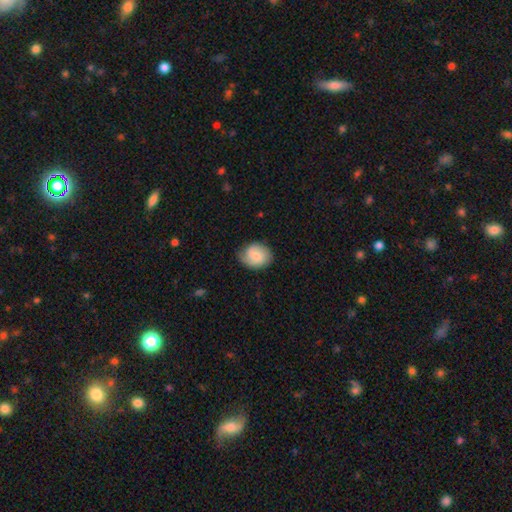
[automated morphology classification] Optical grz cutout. It shows a smooth galaxy with no disk features (67%) that is round (56%). Merging: none (69%).